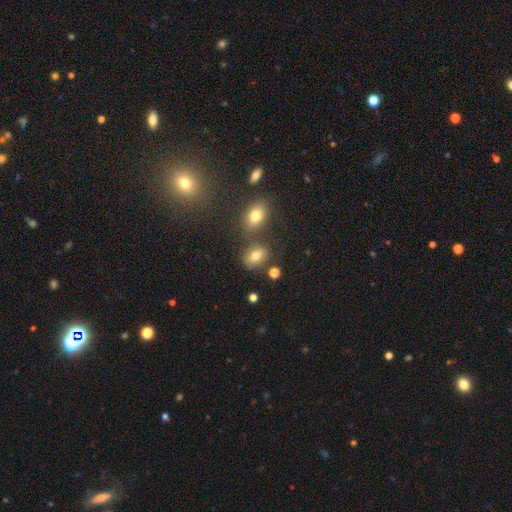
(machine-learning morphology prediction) smooth_or_featured: smooth (p=0.74) [alt: star or artifact p=0.14]
how_rounded: in between (p=0.65) [alt: round p=0.33]
merging: none (p=0.70) [alt: minor disturbance p=0.13]